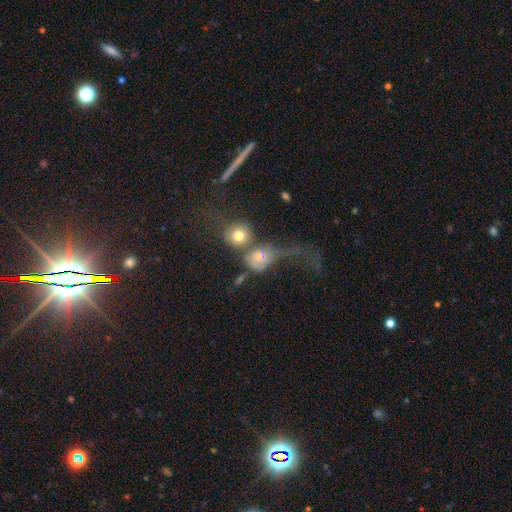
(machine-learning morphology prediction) This appears to be a smooth galaxy with no disk features (51%) that is round (75%). Merging: merger (52%).